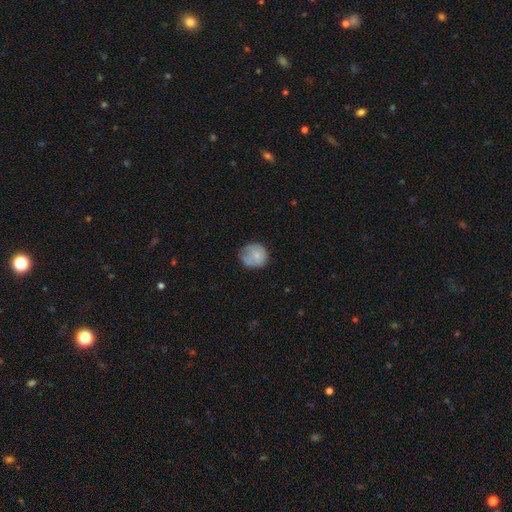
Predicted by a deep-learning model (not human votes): Smooth or featured?
  - smooth: 74% *
  - featured or disk: 18%
  - star or artifact: 8%
How rounded?
  - round: 86% *
  - in between: 13%
  - cigar-shaped: 1%
Merging?
  - none: 62% *
  - minor disturbance: 27%
  - major disturbance: 8%
  - merger: 3%